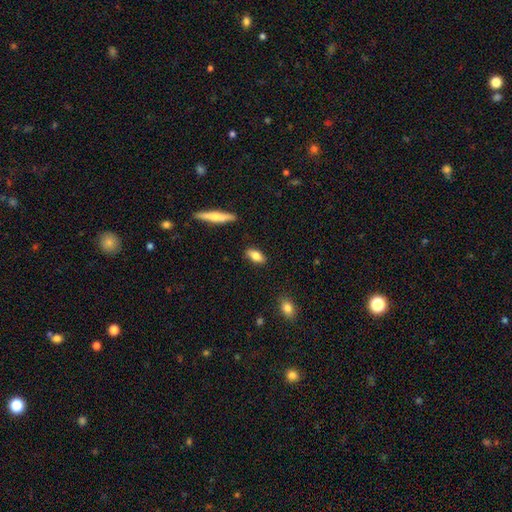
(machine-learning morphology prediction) smooth 75%, featured or disk 18%, star or artifact 7%. Down the decision tree: how rounded — in between (78%); merging — none (86%).